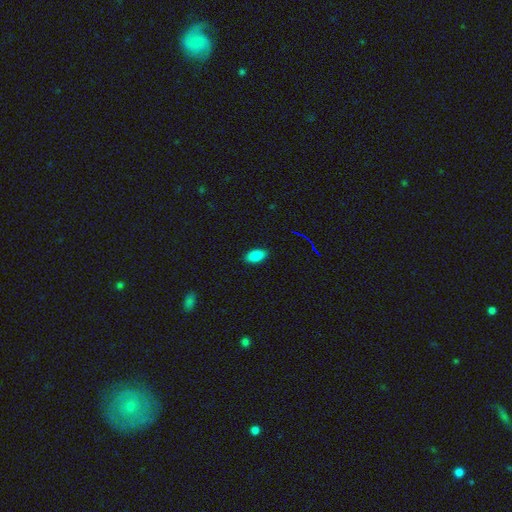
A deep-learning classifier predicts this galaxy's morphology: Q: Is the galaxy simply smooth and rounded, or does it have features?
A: smooth — 84%.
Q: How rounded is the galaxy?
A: in between — 91%.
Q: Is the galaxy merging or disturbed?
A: none — 88%.